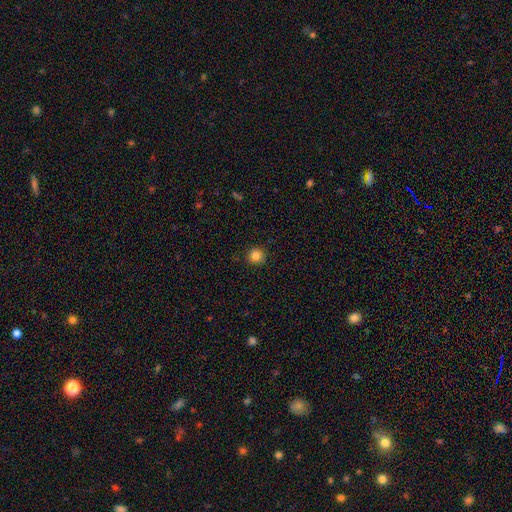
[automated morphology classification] smooth 84%, star or artifact 12%, featured or disk 4%. Down the decision tree: how rounded — round (94%); merging — none (90%).